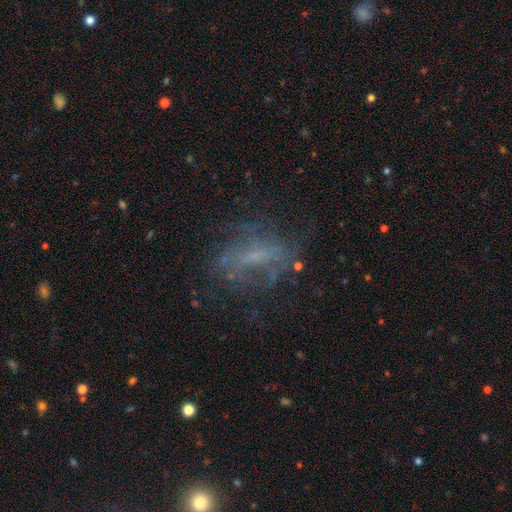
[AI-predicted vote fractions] This appears to be a featured or disk galaxy (53%). Merging: none (58%).